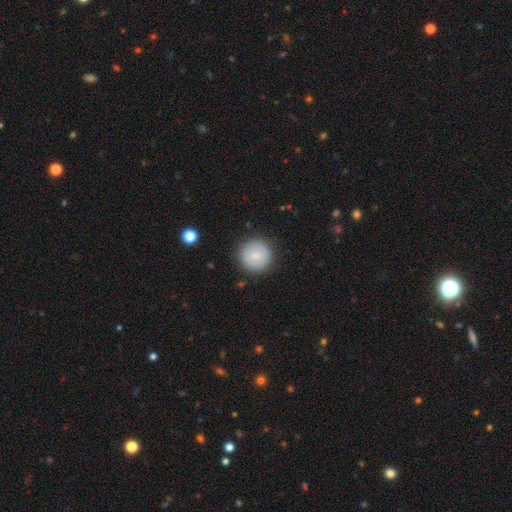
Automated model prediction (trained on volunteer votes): Smooth or featured: smooth — 80% (featured or disk — 13%)
How rounded: round — 95% (in between — 4%)
Merging: none — 88% (minor disturbance — 9%)